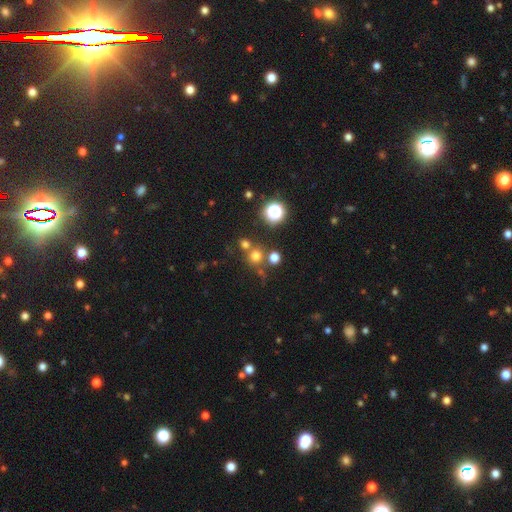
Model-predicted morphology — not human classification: This appears to be a smooth galaxy with no disk features (67%) that is round (91%). Merging: none (67%).